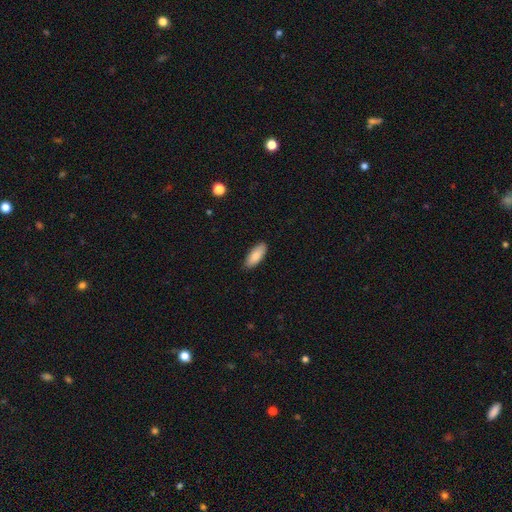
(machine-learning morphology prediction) The model was most divided on "how rounded": in between: 83%, cigar-shaped: 15%, round: 2%. More confident: merging — none (87%); smooth or featured — smooth (85%).